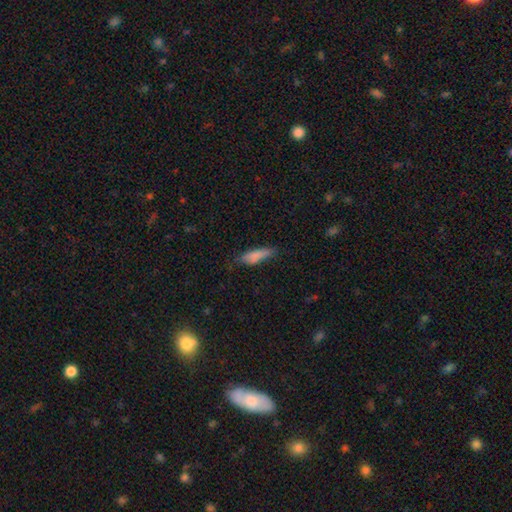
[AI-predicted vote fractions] smooth 81%, featured or disk 12%, star or artifact 7%. Down the decision tree: how rounded — cigar-shaped (55%); merging — none (58%).